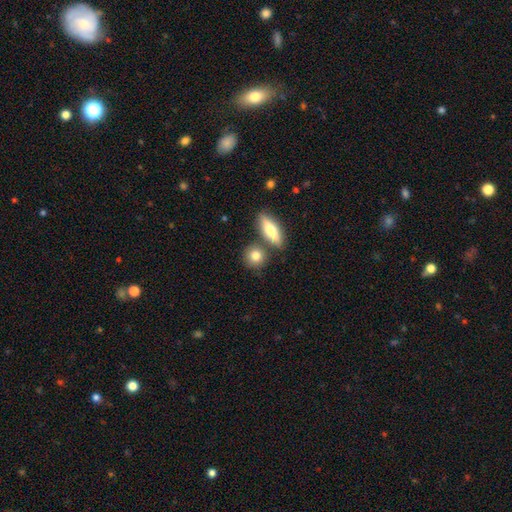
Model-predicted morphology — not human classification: smooth 80%, featured or disk 13%, star or artifact 7%. Down the decision tree: how rounded — round (70%); merging — none (71%).